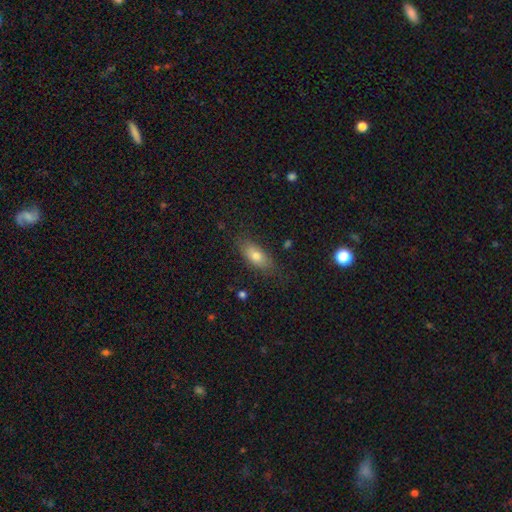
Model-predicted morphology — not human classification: A smooth galaxy with no disk features (74%) that is in between round and cigar-shaped (80%). Merging: none (79%).